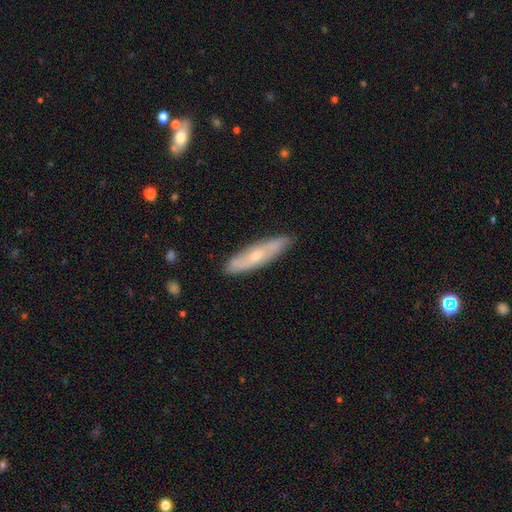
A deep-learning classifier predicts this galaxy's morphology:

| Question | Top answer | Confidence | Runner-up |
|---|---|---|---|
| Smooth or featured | featured or disk | 50% | smooth (44%) |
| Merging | none | 86% | minor disturbance (11%) |